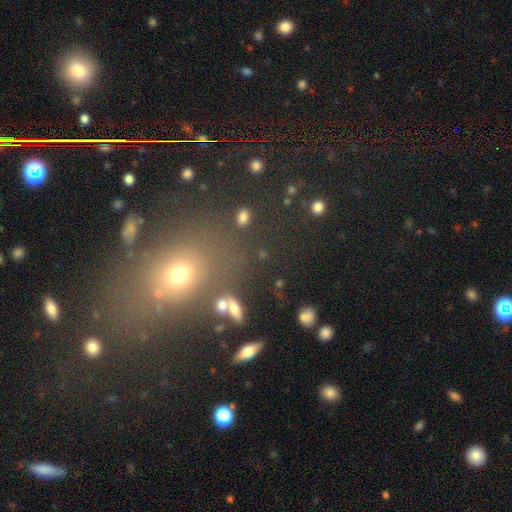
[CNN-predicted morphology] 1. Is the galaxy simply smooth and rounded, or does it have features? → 51% smooth, 35% star or artifact, 14% featured or disk.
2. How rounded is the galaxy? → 58% in between, 38% round, 5% cigar-shaped.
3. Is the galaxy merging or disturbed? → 73% none, 13% minor disturbance, 8% major disturbance, 6% merger.